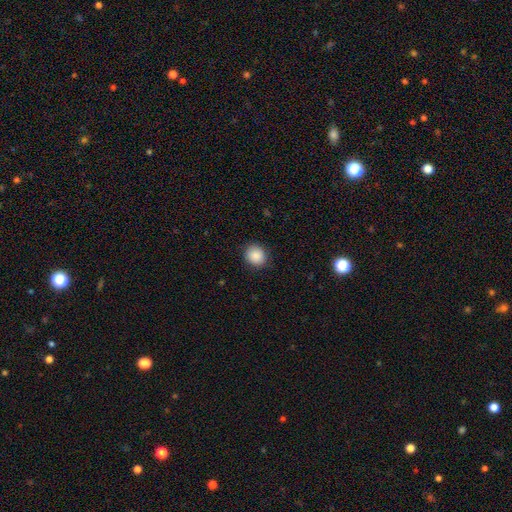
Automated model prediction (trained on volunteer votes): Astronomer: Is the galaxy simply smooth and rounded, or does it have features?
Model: smooth — 88%.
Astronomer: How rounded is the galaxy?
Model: round — 81%.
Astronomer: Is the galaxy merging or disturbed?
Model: none — 88%.